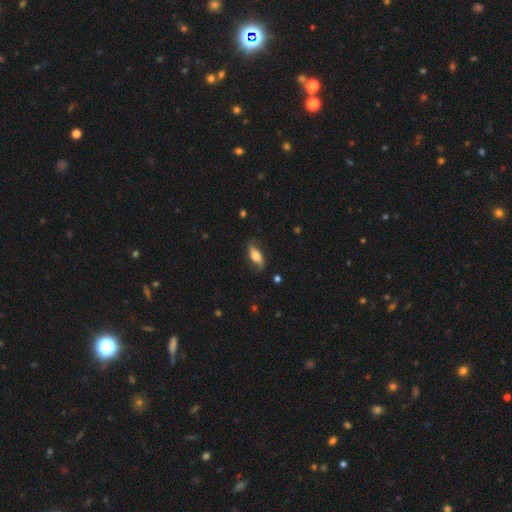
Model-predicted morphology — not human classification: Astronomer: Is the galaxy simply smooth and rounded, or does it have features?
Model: featured or disk — 57% (runner-up: smooth, 36%).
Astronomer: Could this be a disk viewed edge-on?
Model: no — 73%.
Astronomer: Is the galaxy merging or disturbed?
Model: none — 74%.